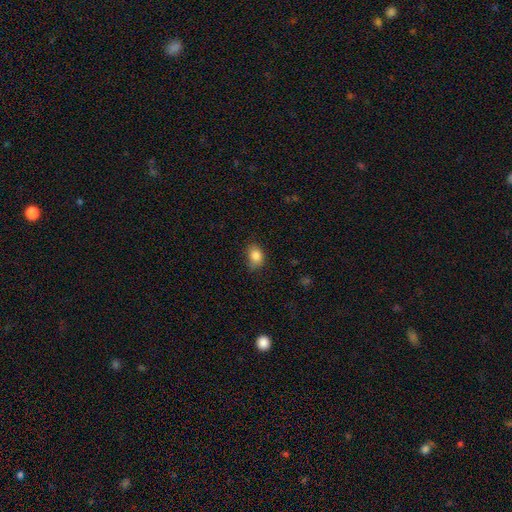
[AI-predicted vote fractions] Q: Smooth or featured?
A: smooth (86%); runner-up: star or artifact (9%)
Q: How rounded?
A: in between (64%); runner-up: round (34%)
Q: Merging?
A: none (73%); runner-up: minor disturbance (21%)